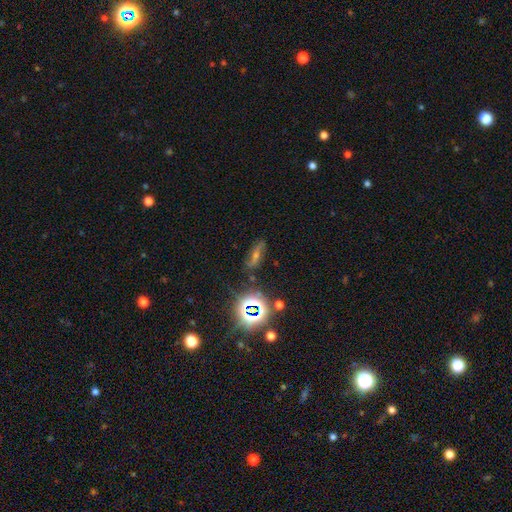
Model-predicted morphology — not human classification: Q: Smooth or featured?
A: star or artifact (42%); runner-up: featured or disk (33%)